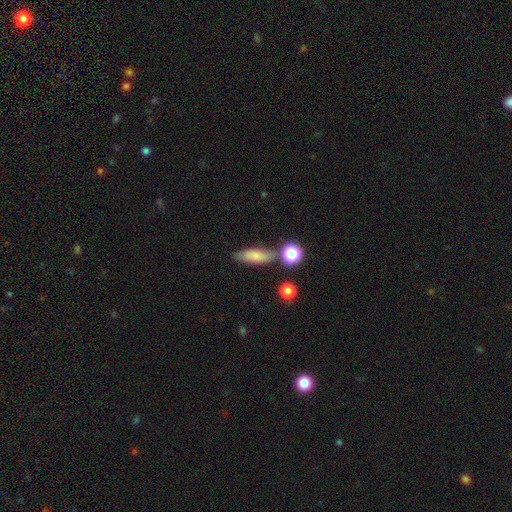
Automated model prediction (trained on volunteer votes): A smooth galaxy with no disk features (76%) that is in between round and cigar-shaped (56%). Merging: none (66%).